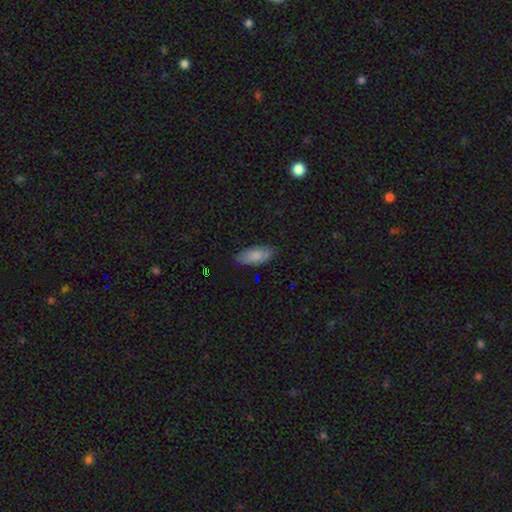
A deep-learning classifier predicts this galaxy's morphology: Q: Smooth or featured?
A: smooth (82%); runner-up: featured or disk (11%)
Q: How rounded?
A: in between (85%); runner-up: cigar-shaped (13%)
Q: Merging?
A: none (85%); runner-up: minor disturbance (12%)